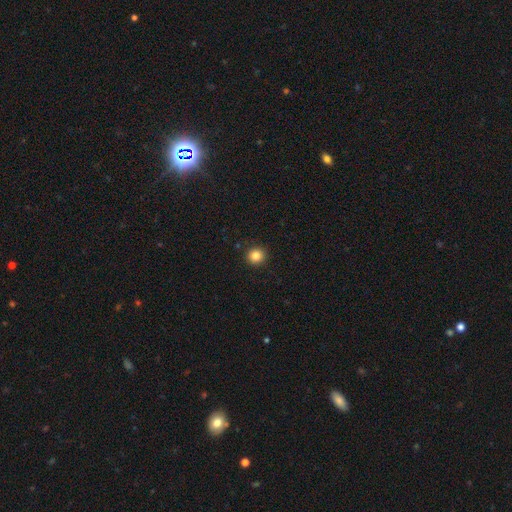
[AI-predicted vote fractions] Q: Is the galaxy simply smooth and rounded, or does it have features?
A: smooth — 85%.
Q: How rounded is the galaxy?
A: round — 90%.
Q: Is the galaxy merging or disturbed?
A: none — 92%.